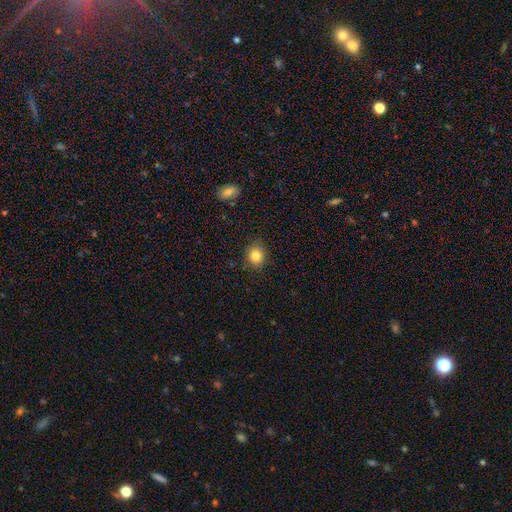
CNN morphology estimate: smooth 83%, star or artifact 11%, featured or disk 6%. Down the decision tree: how rounded — round (74%); merging — none (87%).